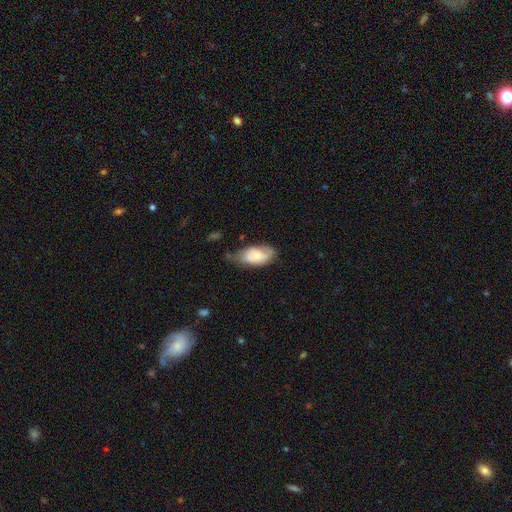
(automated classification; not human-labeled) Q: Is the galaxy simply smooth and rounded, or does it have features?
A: smooth — 57%.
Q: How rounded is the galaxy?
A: in between — 92%.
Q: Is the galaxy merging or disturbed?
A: none — 44%.